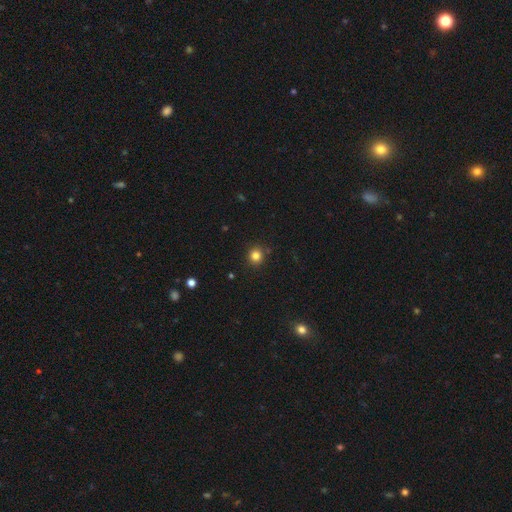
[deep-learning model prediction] Smooth or featured: smooth — 82% (star or artifact — 13%)
How rounded: round — 90% (in between — 9%)
Merging: none — 88% (minor disturbance — 8%)